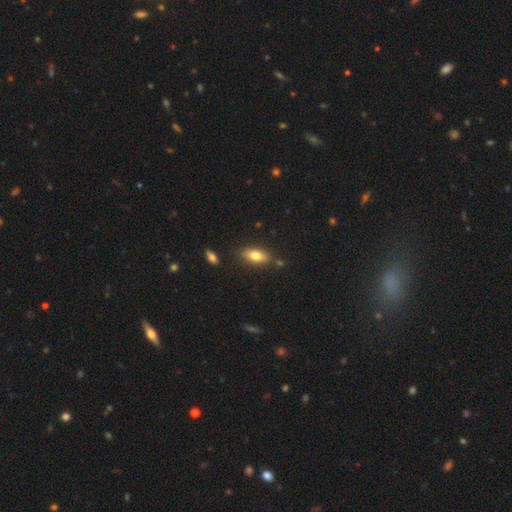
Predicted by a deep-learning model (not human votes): Q: Smooth or featured?
A: smooth (76%); runner-up: featured or disk (16%)
Q: How rounded?
A: in between (83%); runner-up: cigar-shaped (14%)
Q: Merging?
A: none (78%); runner-up: minor disturbance (14%)